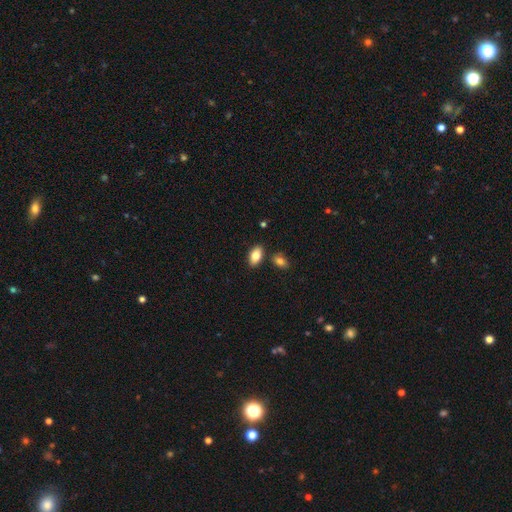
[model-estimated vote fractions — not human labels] smooth 83%, featured or disk 10%, star or artifact 7%. Down the decision tree: how rounded — in between (93%); merging — none (82%).